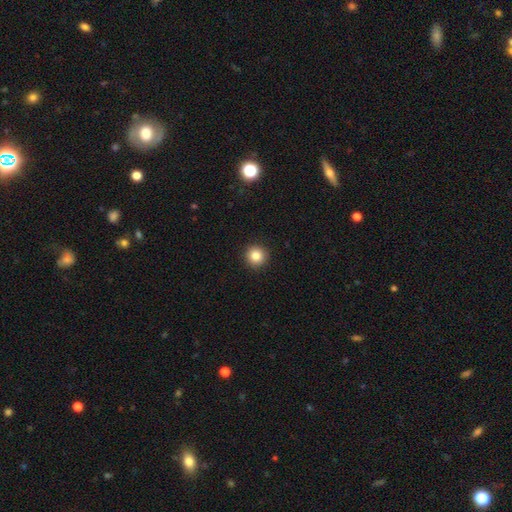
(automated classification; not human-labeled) smooth_or_featured: smooth (p=0.84) [alt: star or artifact p=0.11]
how_rounded: round (p=0.95) [alt: in between p=0.04]
merging: none (p=0.93) [alt: minor disturbance p=0.05]